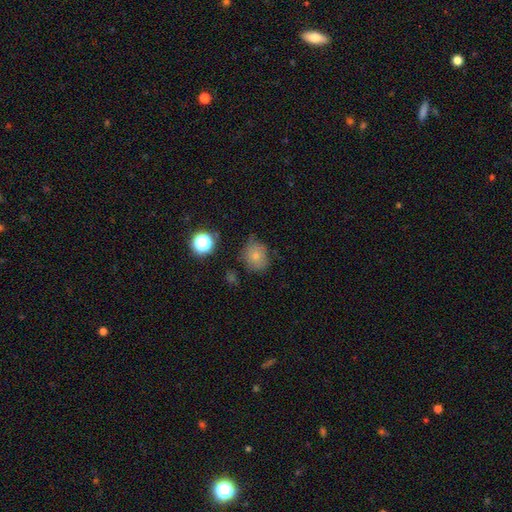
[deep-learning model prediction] Smooth or featured? smooth (73%)
How rounded? round (70%)
Merging? none (63%)